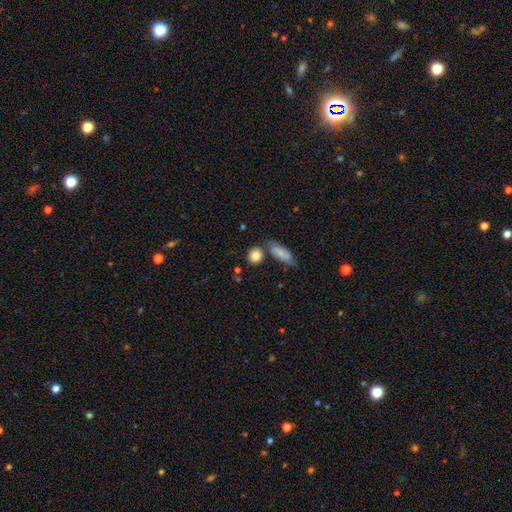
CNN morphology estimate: Smooth or featured? Predicted: smooth (p=0.85). How rounded? Predicted: round (p=0.66). Merging? Predicted: none (p=0.66).